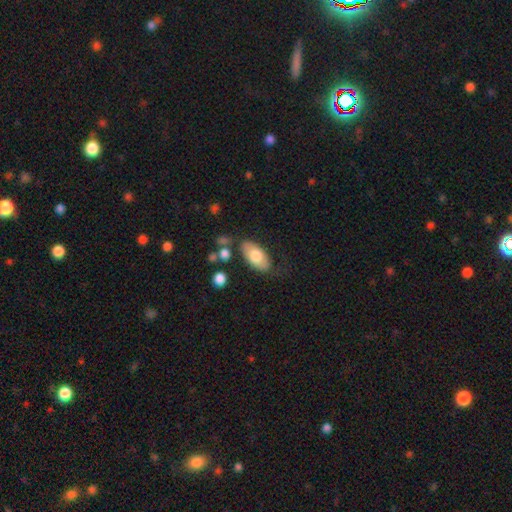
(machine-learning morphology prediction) smooth-or-featured: smooth: 73% | featured or disk: 22% | star or artifact: 6%
  how-rounded: in between: 93% | cigar-shaped: 4% | round: 3%
  merging: none: 71% | minor disturbance: 18% | major disturbance: 6% | merger: 5%